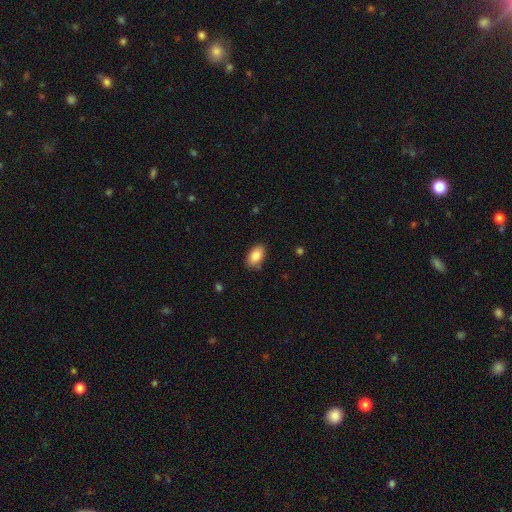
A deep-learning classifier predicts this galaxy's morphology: Smooth or featured? smooth (85%)
How rounded? in between (92%)
Merging? none (85%)